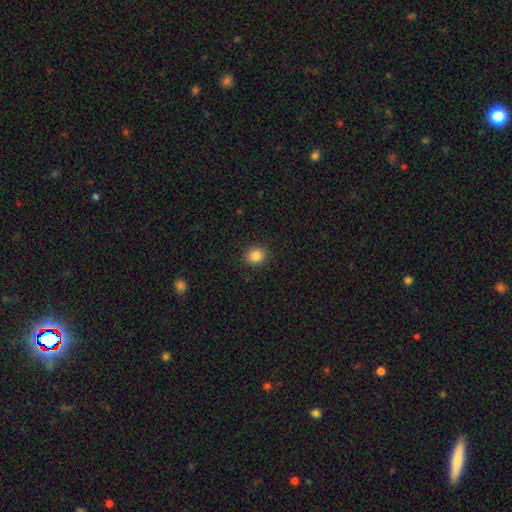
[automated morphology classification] This appears to be a smooth galaxy with no disk features (85%) that is round (81%). Merging: none (91%).